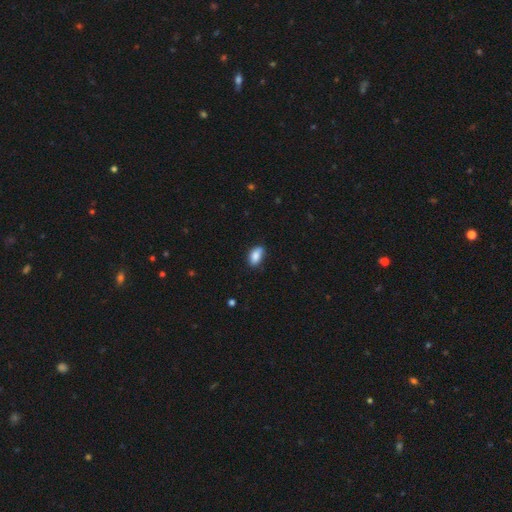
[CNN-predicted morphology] type=smooth (85%); roundness=in between (90%); merging=none (69%).